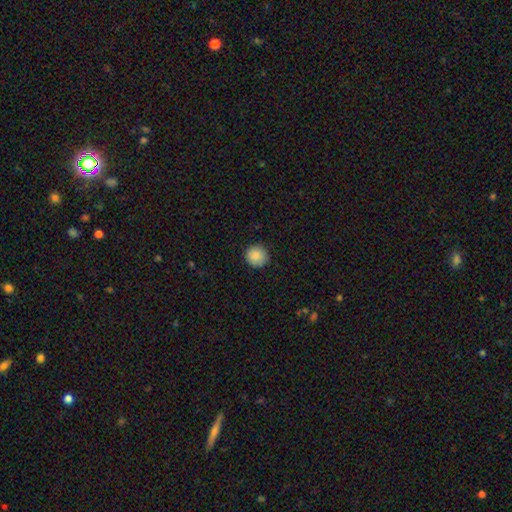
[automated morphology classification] Smooth or featured: smooth — 88% (star or artifact — 8%)
How rounded: round — 92% (in between — 7%)
Merging: none — 88% (minor disturbance — 9%)